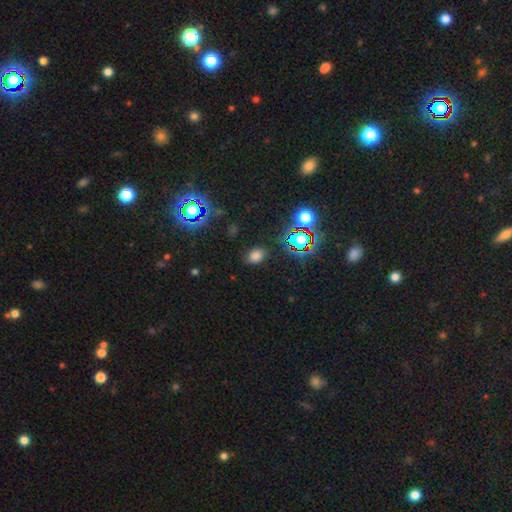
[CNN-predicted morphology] A smooth galaxy with no disk features (71%) that is in between round and cigar-shaped (73%).

Vote fractions:
- Smooth or featured? smooth: 71% / star or artifact: 23% / featured or disk: 6%
- How rounded? in between: 73% / round: 25% / cigar-shaped: 1%
- Merging? none: 84% / minor disturbance: 10% / major disturbance: 4% / merger: 2%